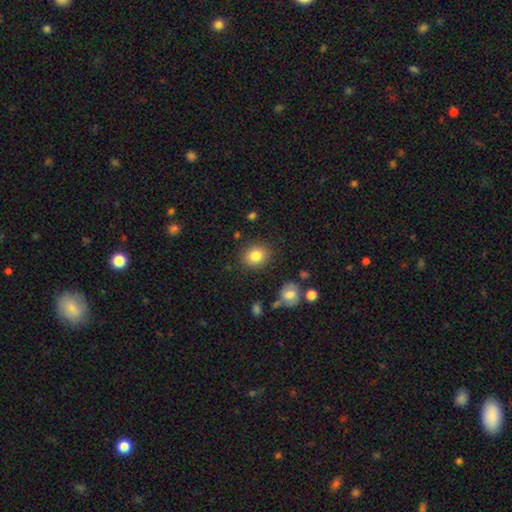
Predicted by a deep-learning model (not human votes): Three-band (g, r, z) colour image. It shows a smooth galaxy with no disk features (83%) that is round (67%). Merging: none (86%).